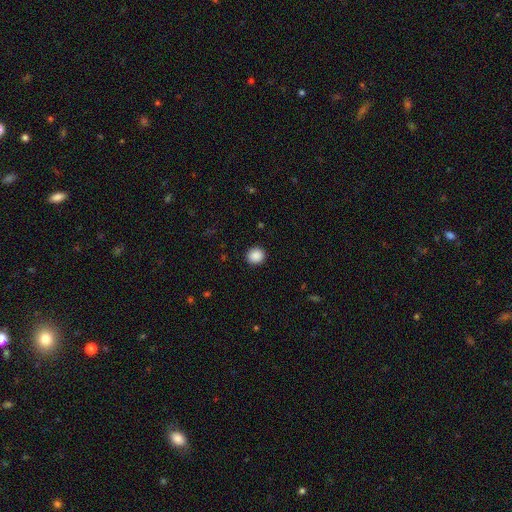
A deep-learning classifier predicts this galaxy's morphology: smooth-or-featured: smooth: 89% | star or artifact: 9% | featured or disk: 2%
  how-rounded: round: 86% | in between: 13% | cigar-shaped: 1%
  merging: none: 92% | minor disturbance: 5% | major disturbance: 2% | merger: 1%